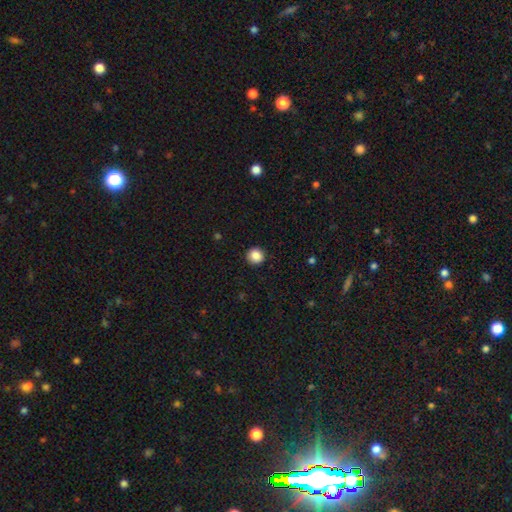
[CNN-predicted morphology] Smooth or featured? Predicted: smooth (p=0.88). How rounded? Predicted: round (p=0.94). Merging? Predicted: none (p=0.92).